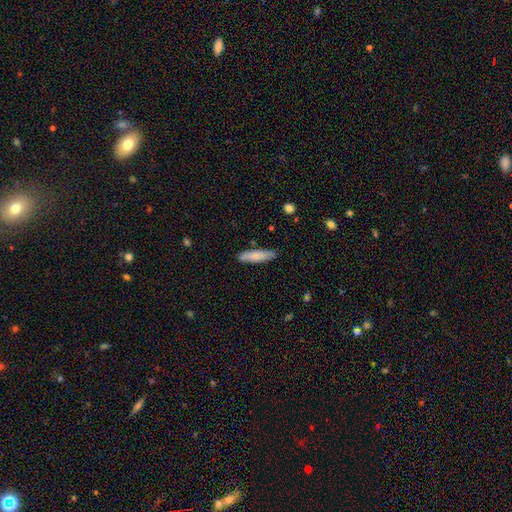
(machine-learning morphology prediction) Smooth or featured?
  - smooth: 81% *
  - featured or disk: 14%
  - star or artifact: 6%
How rounded?
  - cigar-shaped: 74% *
  - in between: 24%
  - round: 1%
Merging?
  - none: 84% *
  - minor disturbance: 12%
  - major disturbance: 2%
  - merger: 2%